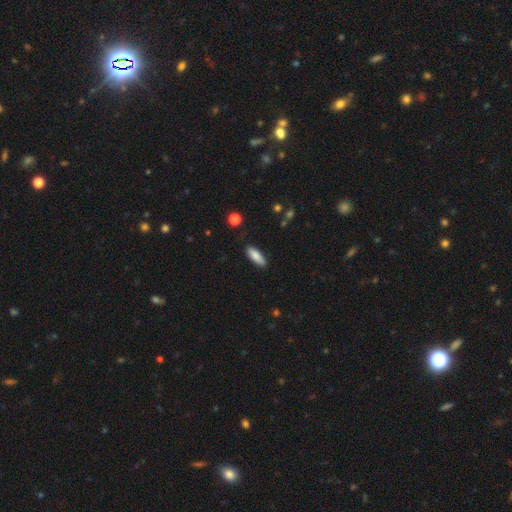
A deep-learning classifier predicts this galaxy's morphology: Smooth or featured? smooth (84%)
How rounded? in between (65%)
Merging? none (83%)